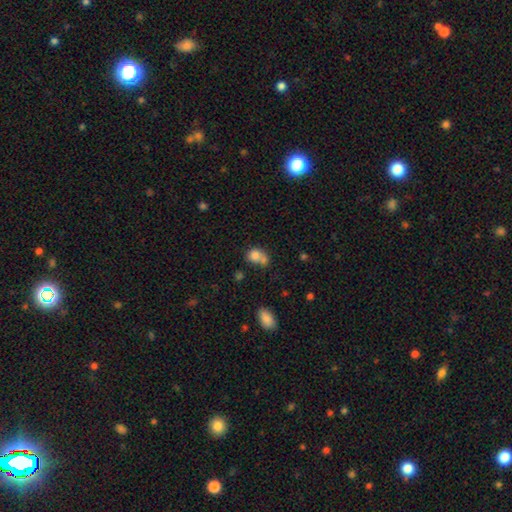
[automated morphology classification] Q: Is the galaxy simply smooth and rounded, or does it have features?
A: smooth — 78%.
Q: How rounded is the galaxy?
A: round — 60%.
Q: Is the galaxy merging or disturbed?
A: merger — 51%.